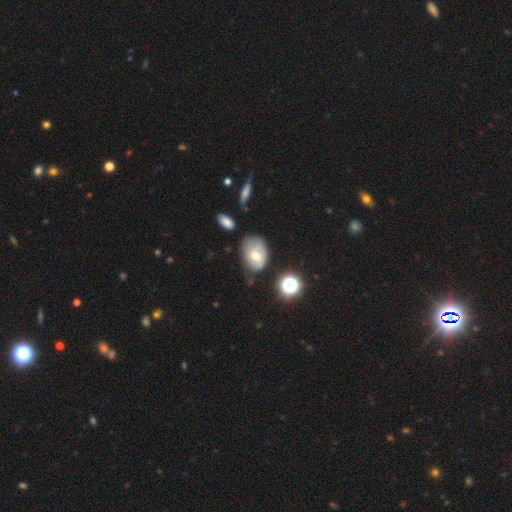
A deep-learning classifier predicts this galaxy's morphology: Smooth or featured: smooth — 55% (featured or disk — 34%)
How rounded: in between — 72% (round — 27%)
Merging: none — 52% (minor disturbance — 32%)